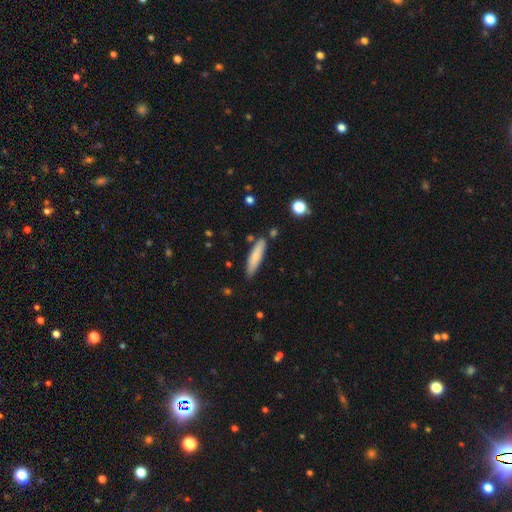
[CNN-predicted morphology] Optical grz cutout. It shows a smooth galaxy with no disk features (77%) that is cigar-shaped (79%). Merging: none (81%).